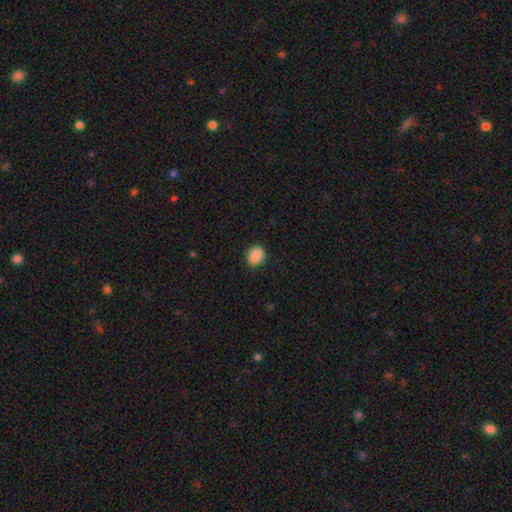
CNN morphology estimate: Smooth or featured? smooth (88%)
How rounded? round (68%)
Merging? none (85%)